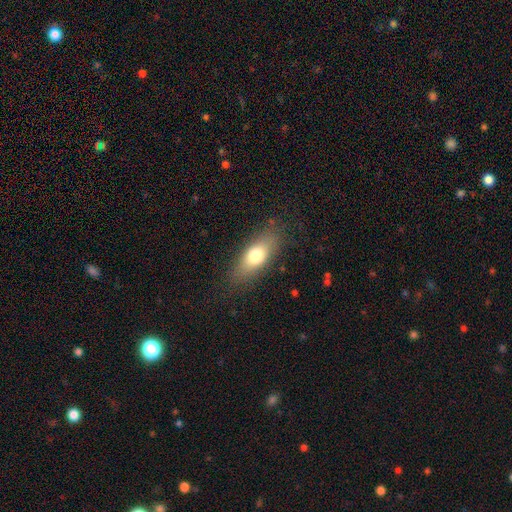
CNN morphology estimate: smooth-or-featured: smooth: 71% | featured or disk: 21% | star or artifact: 8%
  how-rounded: in between: 71% | cigar-shaped: 24% | round: 5%
  merging: none: 81% | minor disturbance: 13% | major disturbance: 4% | merger: 1%